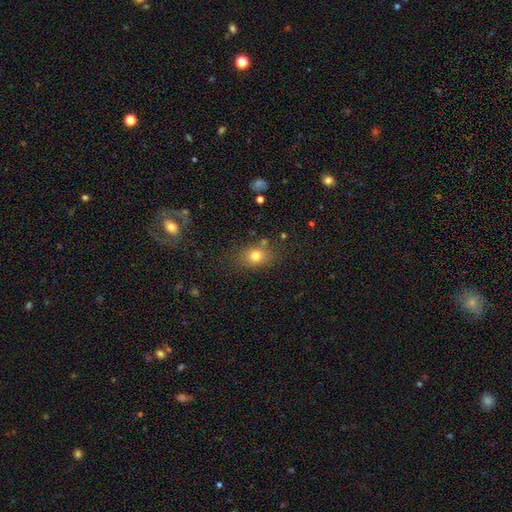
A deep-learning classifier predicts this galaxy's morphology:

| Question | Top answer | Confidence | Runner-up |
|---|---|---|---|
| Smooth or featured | smooth | 75% | star or artifact (14%) |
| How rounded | in between | 55% | round (43%) |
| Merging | none | 76% | minor disturbance (15%) |